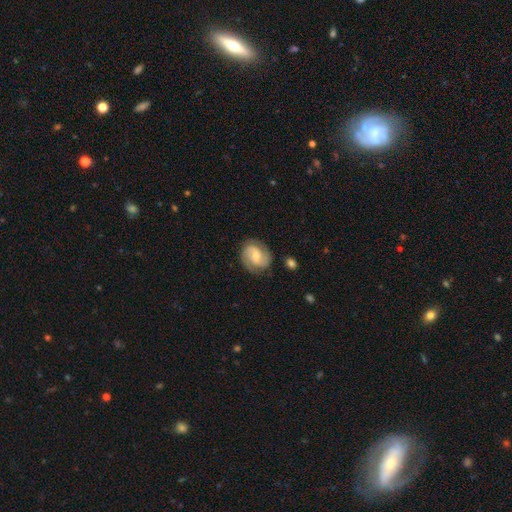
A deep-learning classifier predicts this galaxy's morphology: Smooth or featured?
  - featured or disk: 76% *
  - smooth: 18%
  - star or artifact: 6%
Edge-on disk?
  - no: 97% *
  - yes: 3%
Bar?
  - weak: 46% *
  - no: 39%
  - strong: 15%
Spiral arms?
  - yes: 94% *
  - no: 6%
Spiral winding?
  - medium: 47% *
  - tight: 38%
  - loose: 15%
Spiral arm count?
  - 2: 86% *
  - can't tell: 7%
  - 3: 3%
  - 1: 2%
  - 4: 1%
  - more than 4: 1%
Bulge size?
  - moderate: 50% *
  - small: 44%
  - large: 3%
  - none: 2%
  - dominant: 1%
Merging?
  - none: 79% *
  - minor disturbance: 14%
  - major disturbance: 5%
  - merger: 2%